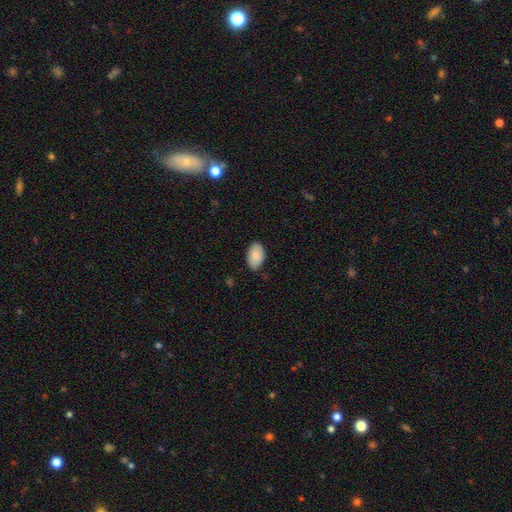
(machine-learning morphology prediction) A smooth galaxy with no disk features (87%) that is in between round and cigar-shaped (93%). Merging: none (83%).